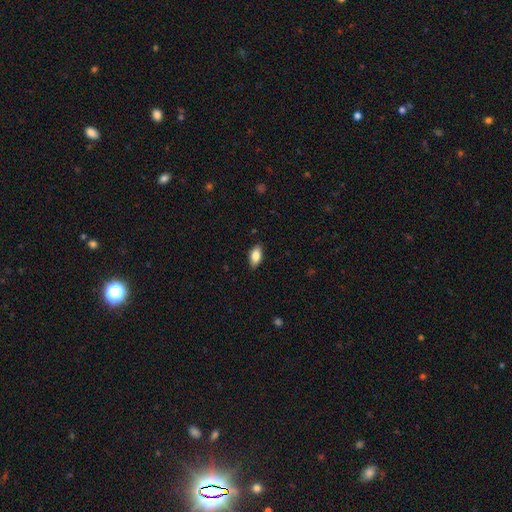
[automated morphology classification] smooth 84%, featured or disk 9%, star or artifact 7%. Down the decision tree: how rounded — in between (90%); merging — none (86%).